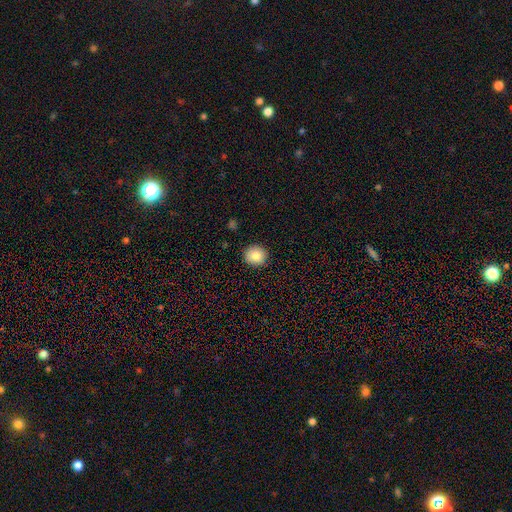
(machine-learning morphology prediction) The model was most divided on "smooth or featured": smooth: 84%, star or artifact: 9%, featured or disk: 8%. More confident: merging — none (92%); how rounded — round (90%).